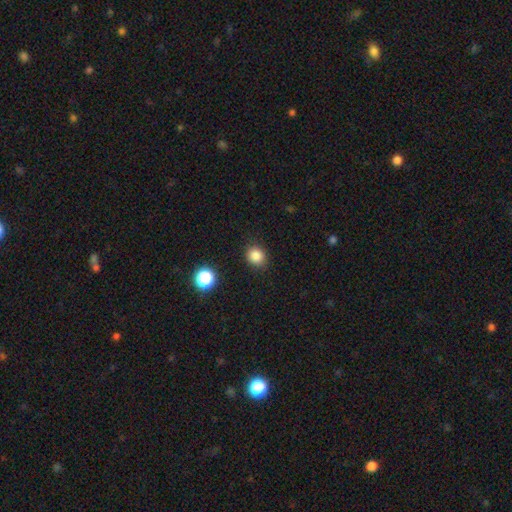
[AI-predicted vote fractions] This appears to be a smooth galaxy with no disk features (84%) that is round (75%). Merging: none (87%).